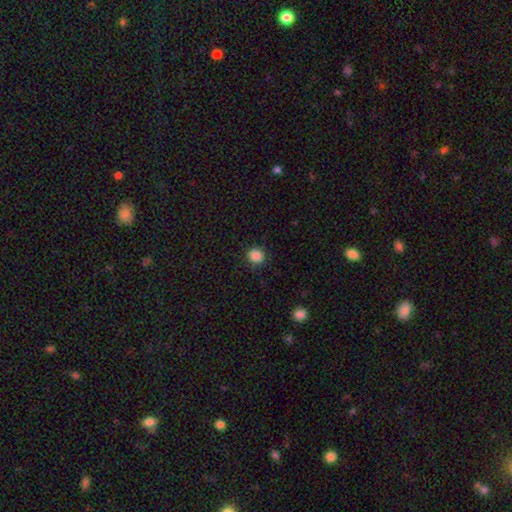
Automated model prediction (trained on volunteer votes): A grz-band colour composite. It shows a smooth galaxy with no disk features (87%) that is round (85%). Merging: none (89%).